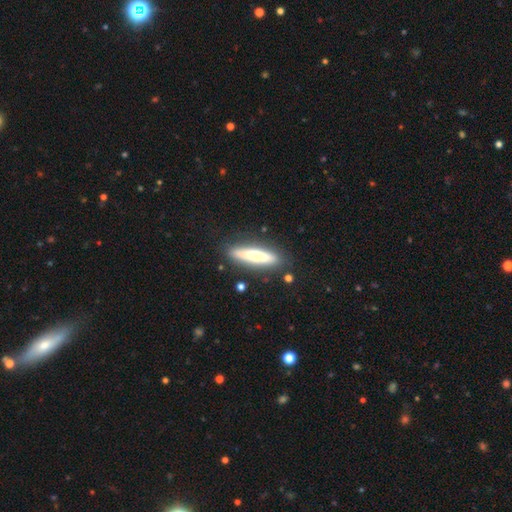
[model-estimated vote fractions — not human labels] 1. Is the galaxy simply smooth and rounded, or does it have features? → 47% smooth (tied), 47% featured or disk (tied), 6% star or artifact.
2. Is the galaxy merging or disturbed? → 80% none, 12% minor disturbance, 5% merger, 3% major disturbance.